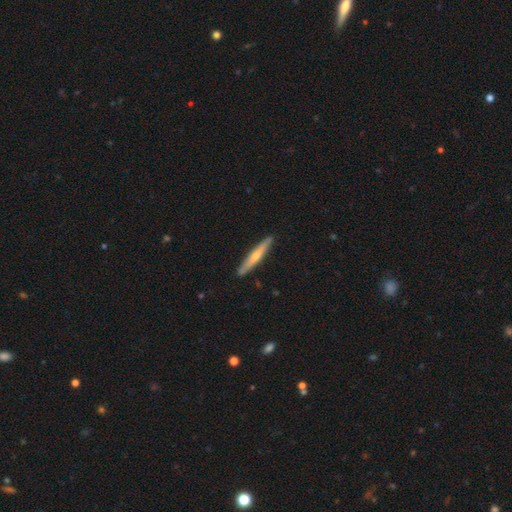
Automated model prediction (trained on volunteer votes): Smooth or featured? Predicted: smooth (p=0.48). Merging? Predicted: none (p=0.90).